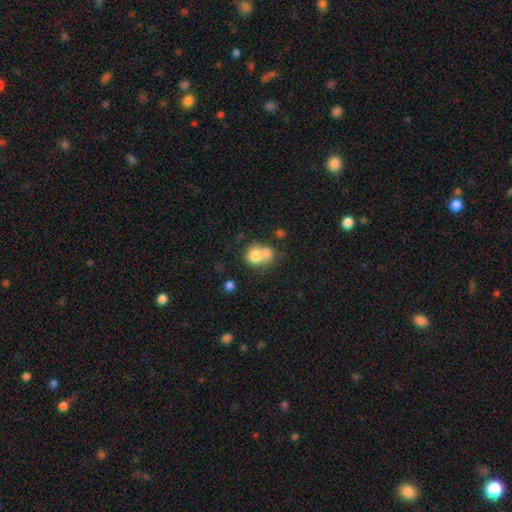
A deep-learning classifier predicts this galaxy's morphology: smooth-or-featured: smooth: 76% | featured or disk: 15% | star or artifact: 9%
  how-rounded: round: 73% | in between: 26% | cigar-shaped: 1%
  merging: merger: 59% | none: 29% | minor disturbance: 8% | major disturbance: 4%